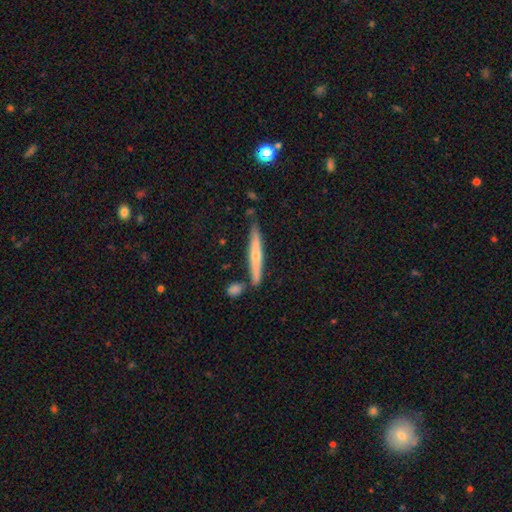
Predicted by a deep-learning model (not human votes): Overall: featured or disk (52%; smooth 42%). Edge-on disk: yes (95%). Merging: none (79%).